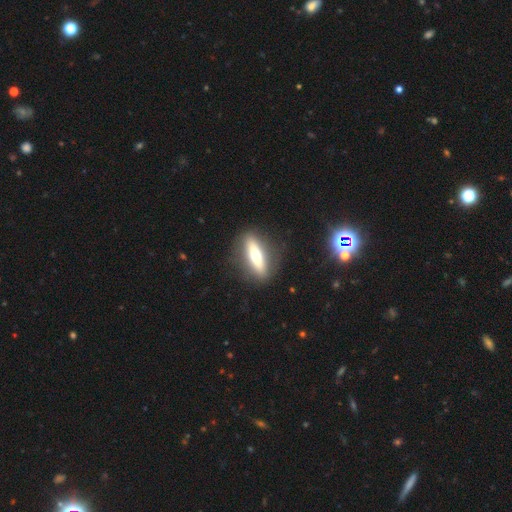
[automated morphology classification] Smooth or featured? featured or disk (48%)
Merging? none (86%)